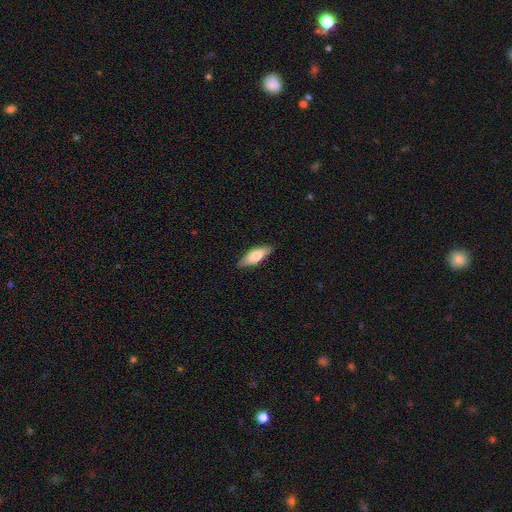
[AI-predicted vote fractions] This is likely a smooth galaxy (68%). How rounded: likely in between (61%). Merging: clearly none (86%).